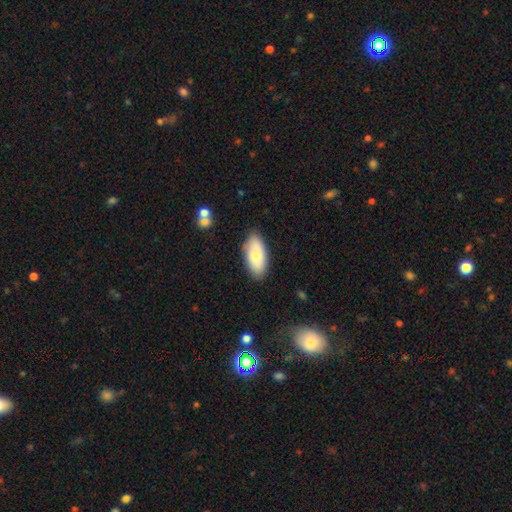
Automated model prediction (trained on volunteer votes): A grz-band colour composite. It shows a smooth galaxy with no disk features (72%) that is in between round and cigar-shaped (91%). Merging: none (85%).